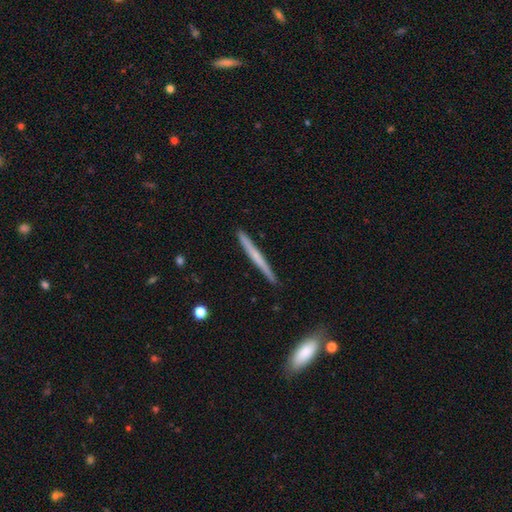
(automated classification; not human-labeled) Smooth or featured? featured or disk (48%)
Merging? none (90%)